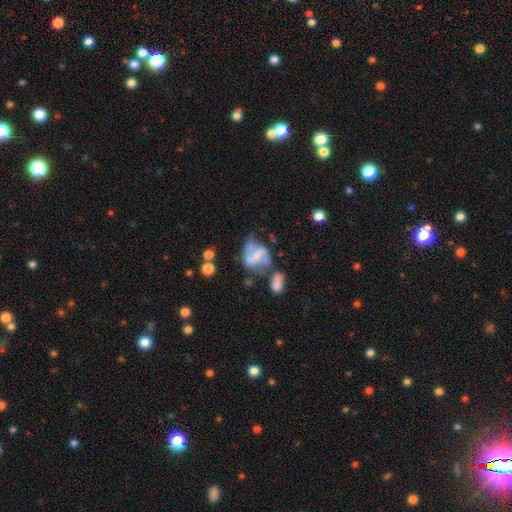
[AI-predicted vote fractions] Morphology: type=featured or disk (71%); edge-on=no (97%); bar=strong (39%); spiral arms=yes (82%); winding=loose (48%); arm count=2 (84%); bulge=none (48%); merging=none (36%).